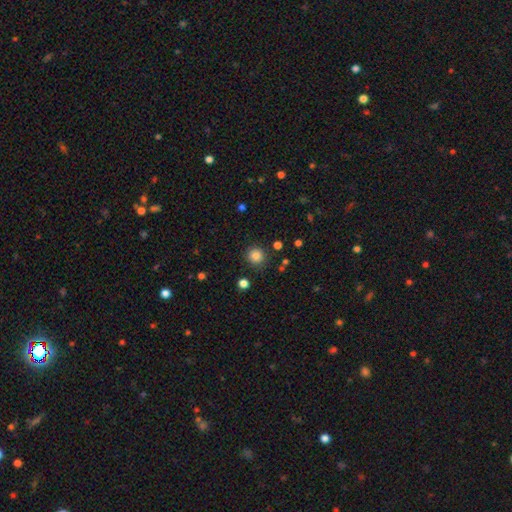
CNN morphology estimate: Smooth or featured?
  - smooth: 84% *
  - star or artifact: 12%
  - featured or disk: 4%
How rounded?
  - round: 92% *
  - in between: 7%
  - cigar-shaped: 1%
Merging?
  - none: 87% *
  - minor disturbance: 8%
  - major disturbance: 3%
  - merger: 2%